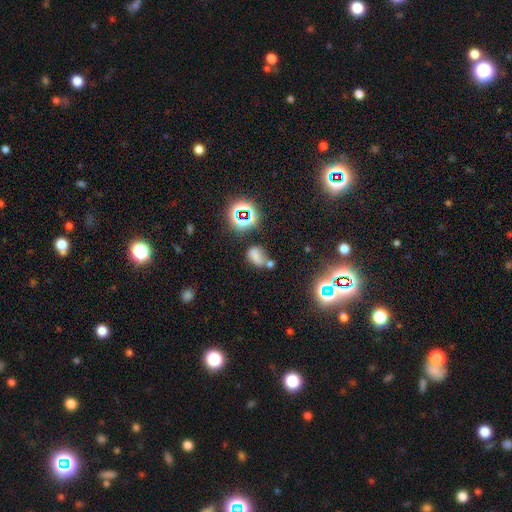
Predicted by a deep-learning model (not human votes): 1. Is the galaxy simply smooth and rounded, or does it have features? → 55% smooth, 31% star or artifact, 14% featured or disk.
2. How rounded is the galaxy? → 72% in between, 26% round, 2% cigar-shaped.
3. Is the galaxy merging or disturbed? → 43% none, 25% merger, 20% minor disturbance, 11% major disturbance.